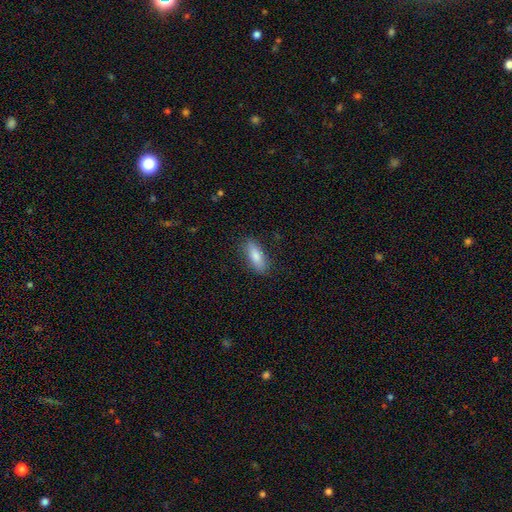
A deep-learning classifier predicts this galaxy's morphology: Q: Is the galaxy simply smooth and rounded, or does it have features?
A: smooth — 76%.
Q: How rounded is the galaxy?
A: in between — 61%.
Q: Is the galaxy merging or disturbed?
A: none — 87%.